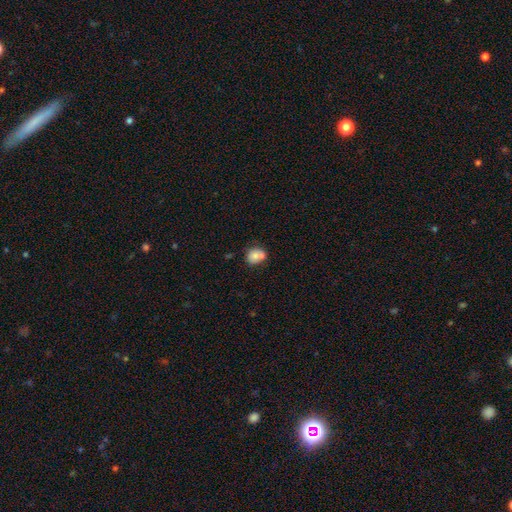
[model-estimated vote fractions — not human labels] smooth 75%, featured or disk 16%, star or artifact 9%. Down the decision tree: how rounded — round (59%); merging — none (50%).